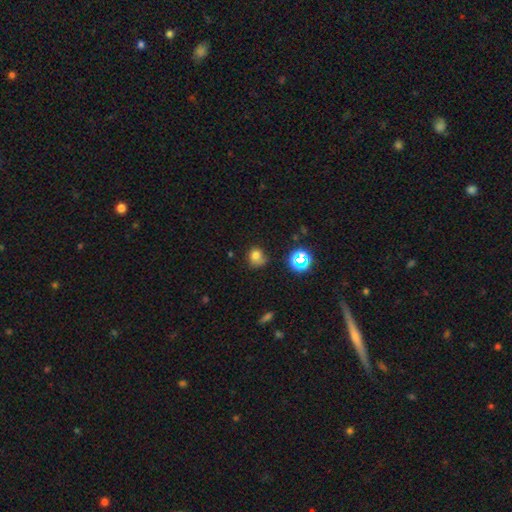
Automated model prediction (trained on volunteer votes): smooth_or_featured: smooth (p=0.71) [alt: star or artifact p=0.18]
how_rounded: round (p=0.75) [alt: in between p=0.24]
merging: none (p=0.52) [alt: minor disturbance p=0.28]